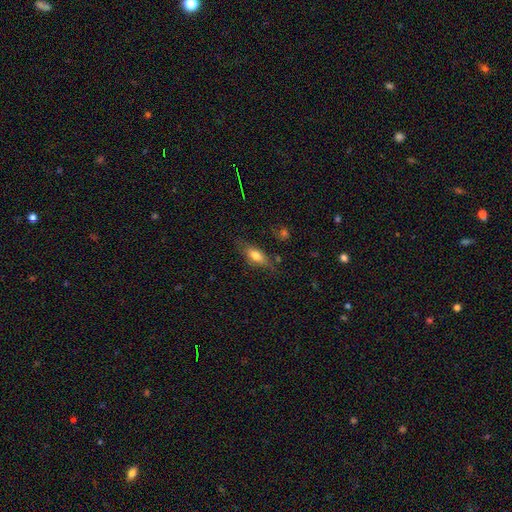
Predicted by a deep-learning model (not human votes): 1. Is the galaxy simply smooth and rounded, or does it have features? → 66% smooth, 26% featured or disk, 8% star or artifact.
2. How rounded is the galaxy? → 68% in between, 28% cigar-shaped, 4% round.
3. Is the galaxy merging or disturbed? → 70% none, 21% minor disturbance, 6% major disturbance, 3% merger.